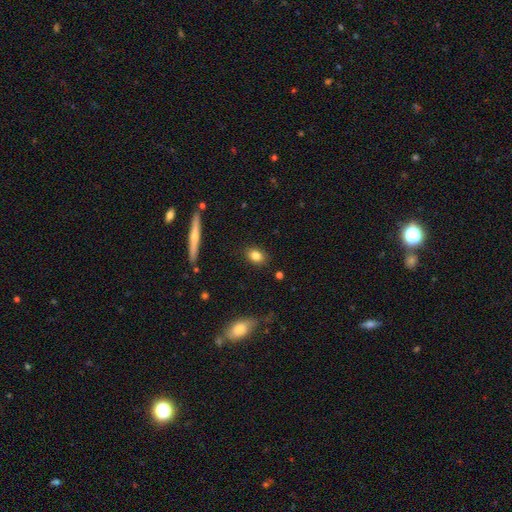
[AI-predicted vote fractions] Smooth or featured? smooth (82%)
How rounded? in between (66%)
Merging? none (87%)